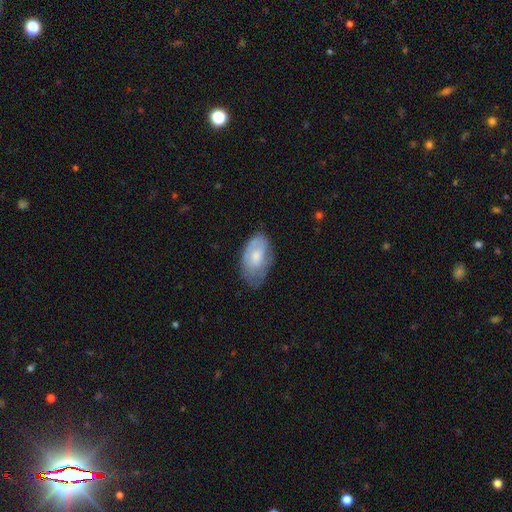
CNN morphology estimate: The model was most divided on "smooth or featured": smooth: 57%, featured or disk: 37%, star or artifact: 6%. More confident: how rounded — in between (93%); merging — none (56%).